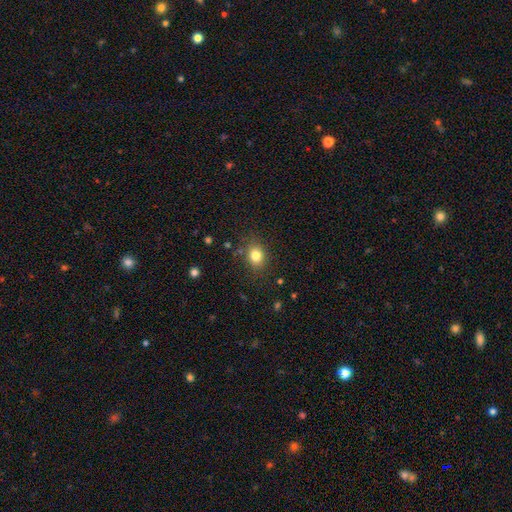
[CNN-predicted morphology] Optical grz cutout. It shows a smooth galaxy with no disk features (81%) that is round (57%). Merging: none (83%).